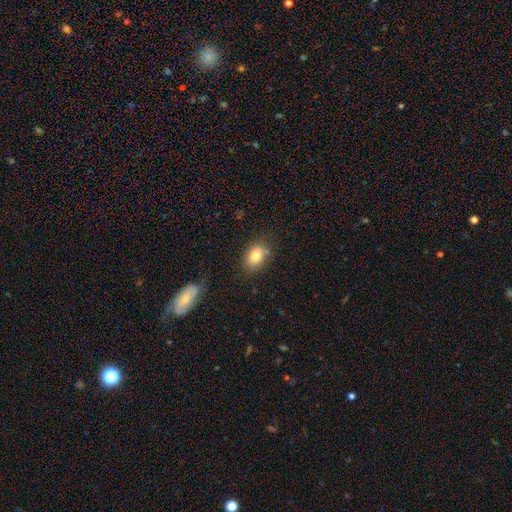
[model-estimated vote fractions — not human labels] Smooth or featured? Predicted: smooth (p=0.79). How rounded? Predicted: in between (p=0.78). Merging? Predicted: none (p=0.77).